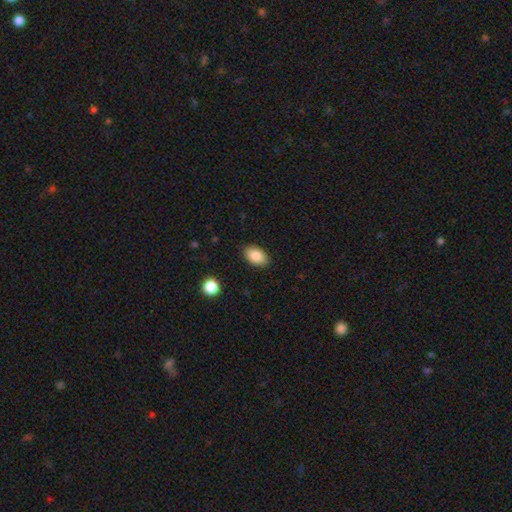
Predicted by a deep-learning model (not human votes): A smooth galaxy with no disk features (87%) that is in between round and cigar-shaped (91%). Merging: none (86%).